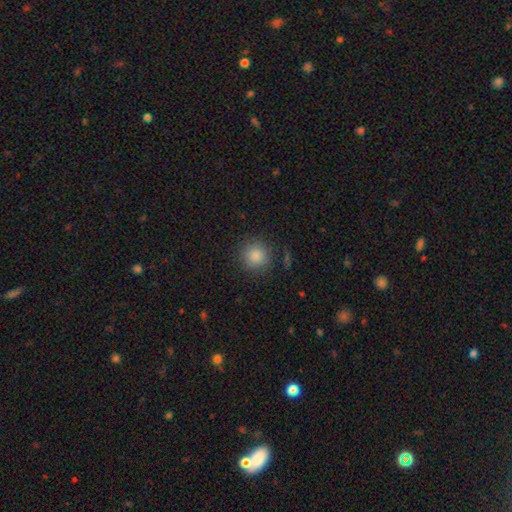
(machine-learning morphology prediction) The model was most divided on "smooth or featured": smooth: 86%, star or artifact: 9%, featured or disk: 4%. More confident: how rounded — round (94%); merging — none (87%).